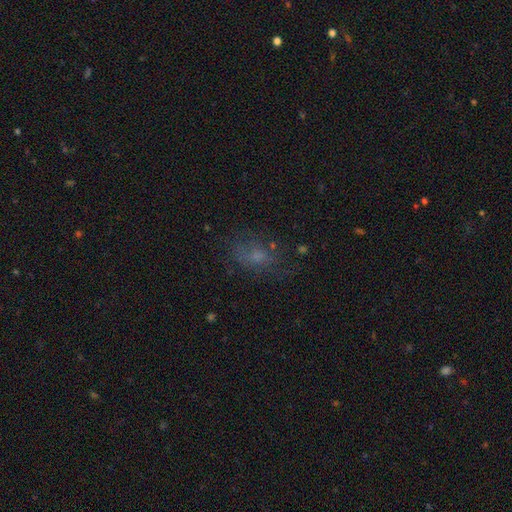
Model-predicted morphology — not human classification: Smooth or featured? smooth (51%)
How rounded? in between (71%)
Merging? none (55%)